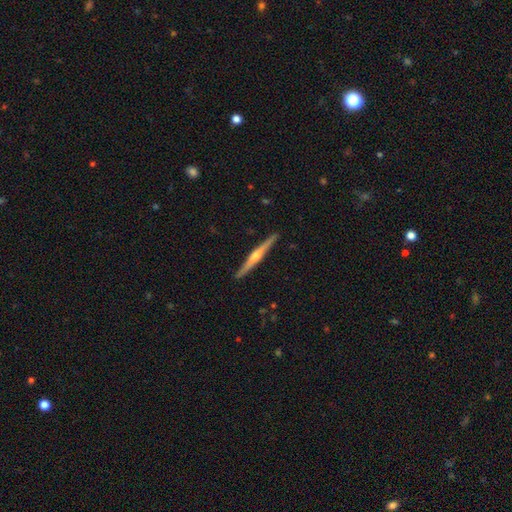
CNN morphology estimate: type=featured or disk (79%); edge-on=yes (98%); edge-on bulge=rounded (88%); merging=none (92%).